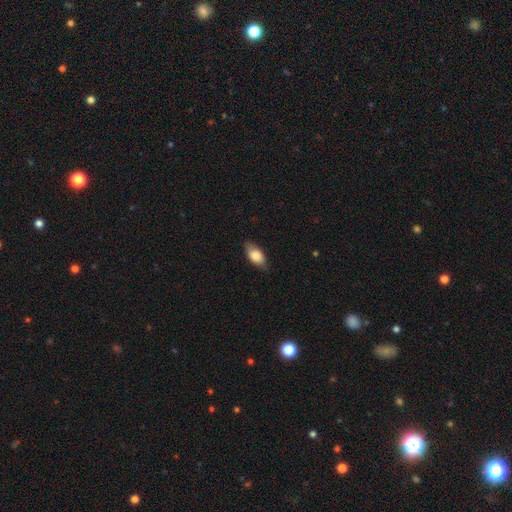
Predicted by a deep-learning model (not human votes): Morphology: type=smooth (81%); roundness=in between (90%); merging=none (81%).